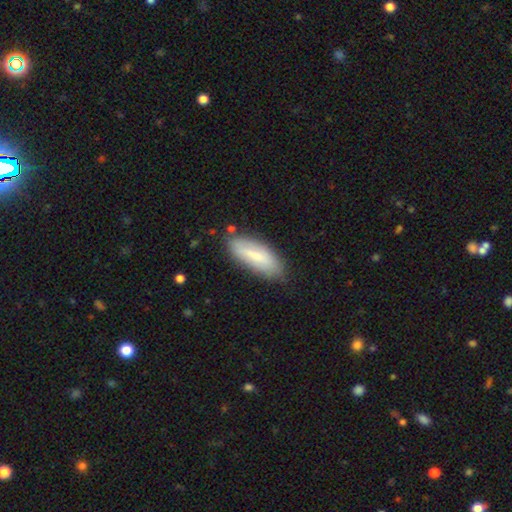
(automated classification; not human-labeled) Smooth or featured? Predicted: smooth (p=0.71). How rounded? Predicted: in between (p=0.66). Merging? Predicted: none (p=0.77).